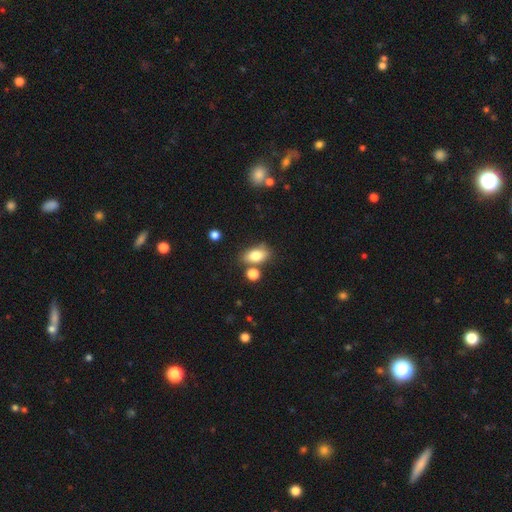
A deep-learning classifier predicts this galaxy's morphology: Smooth or featured? smooth (79%)
How rounded? in between (84%)
Merging? none (64%)